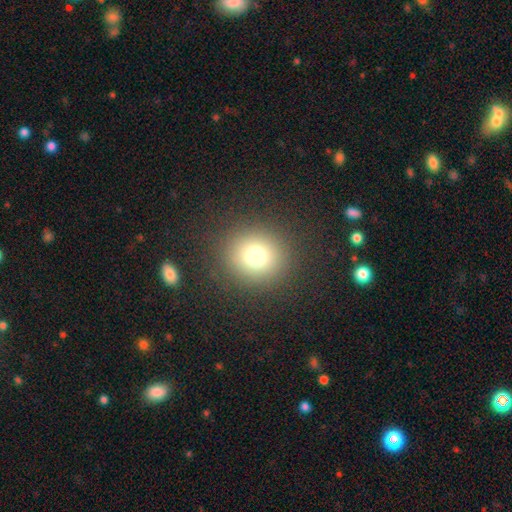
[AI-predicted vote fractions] smooth_or_featured: smooth (p=0.74) [alt: star or artifact p=0.18]
how_rounded: round (p=0.91) [alt: in between p=0.08]
merging: none (p=0.89) [alt: minor disturbance p=0.06]